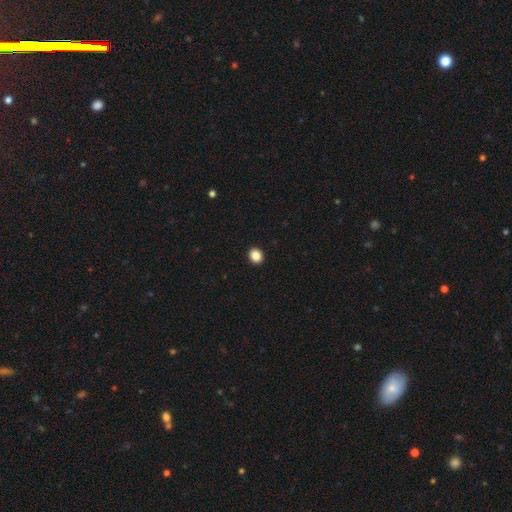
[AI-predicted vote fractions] Smooth or featured?
  - smooth: 88% *
  - star or artifact: 9%
  - featured or disk: 3%
How rounded?
  - round: 62% *
  - in between: 37%
  - cigar-shaped: 1%
Merging?
  - none: 93% *
  - minor disturbance: 5%
  - major disturbance: 1%
  - merger: 1%